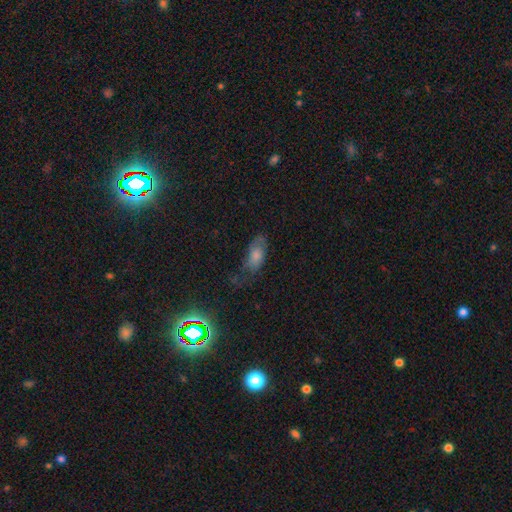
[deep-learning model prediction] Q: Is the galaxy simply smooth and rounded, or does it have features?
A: smooth — 63%.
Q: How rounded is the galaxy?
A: in between — 87%.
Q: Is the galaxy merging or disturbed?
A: none — 46%.